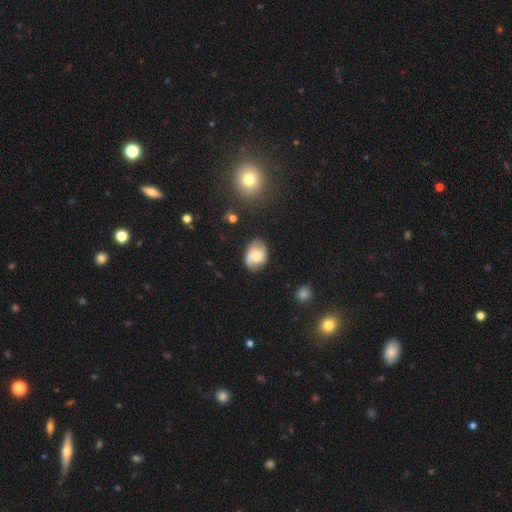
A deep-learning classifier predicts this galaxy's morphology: Overall: smooth (47%; featured or disk 44%). Merging: none (65%).